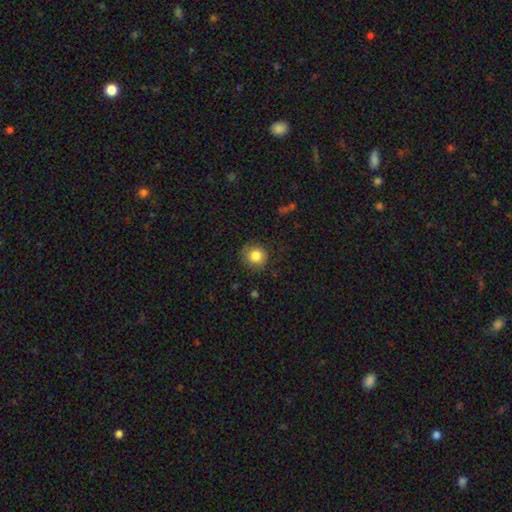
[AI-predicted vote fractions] smooth 82%, star or artifact 10%, featured or disk 8%. Down the decision tree: how rounded — round (90%); merging — none (81%).